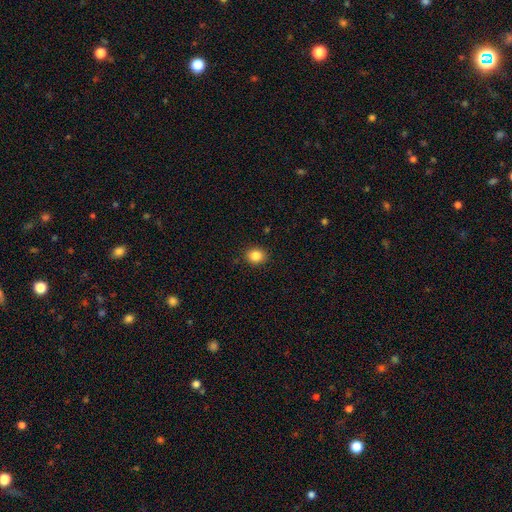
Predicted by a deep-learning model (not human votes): Smooth or featured: smooth — 85% (star or artifact — 10%)
How rounded: round — 70% (in between — 29%)
Merging: none — 90% (minor disturbance — 7%)